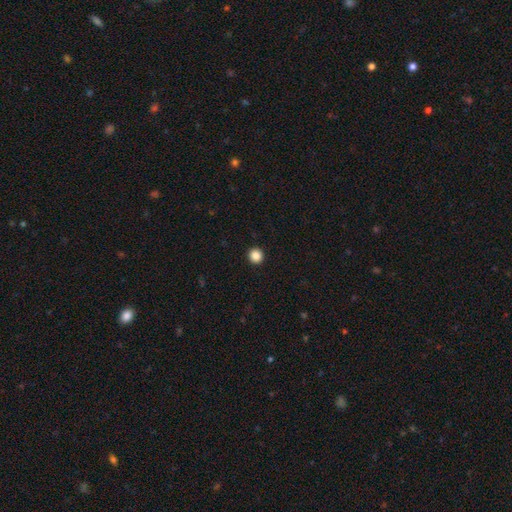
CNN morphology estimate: smooth-or-featured: smooth: 87% | star or artifact: 10% | featured or disk: 3%
  how-rounded: round: 94% | in between: 5% | cigar-shaped: 1%
  merging: none: 94% | minor disturbance: 4% | major disturbance: 1% | merger: 1%